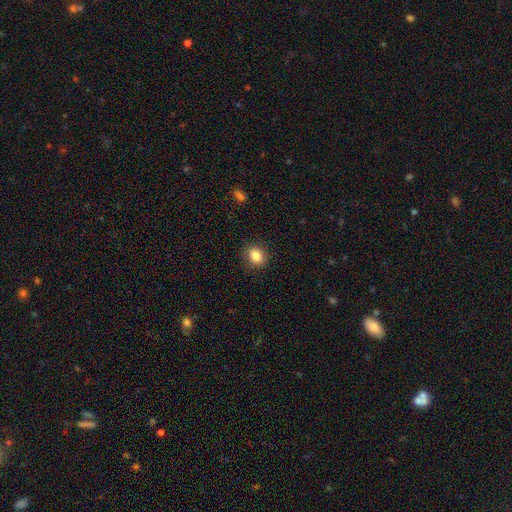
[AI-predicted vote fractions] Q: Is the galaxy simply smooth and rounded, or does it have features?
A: smooth — 86%.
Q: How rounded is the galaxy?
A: round — 52%.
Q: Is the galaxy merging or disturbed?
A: none — 88%.